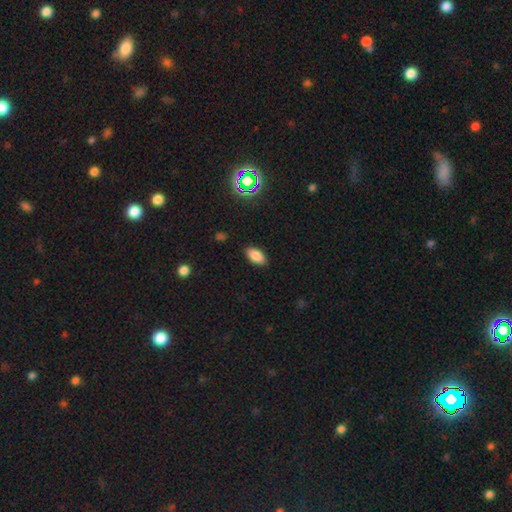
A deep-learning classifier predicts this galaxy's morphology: The model was most divided on "smooth or featured": smooth: 83%, star or artifact: 10%, featured or disk: 7%. More confident: how rounded — in between (92%); merging — none (88%).